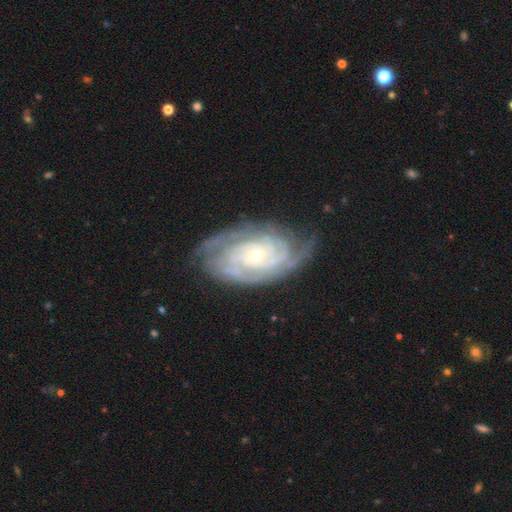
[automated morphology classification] The model was most divided on "spiral arm count": can't tell: 32%, 2: 20%, 3: 18%, 4: 16%, more than 4: 8%, 1: 6%. More confident: spiral arms — yes (97%); edge-on disk — no (95%); smooth or featured — featured or disk (87%); spiral winding — tight (78%); bar — no (74%); merging — none (72%); bulge size — small (70%).